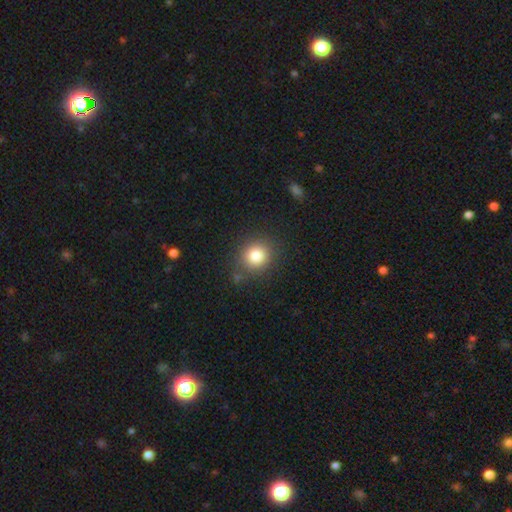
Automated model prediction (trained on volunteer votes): Overall: smooth (83%). How rounded: round (80%). Merging: none (80%).